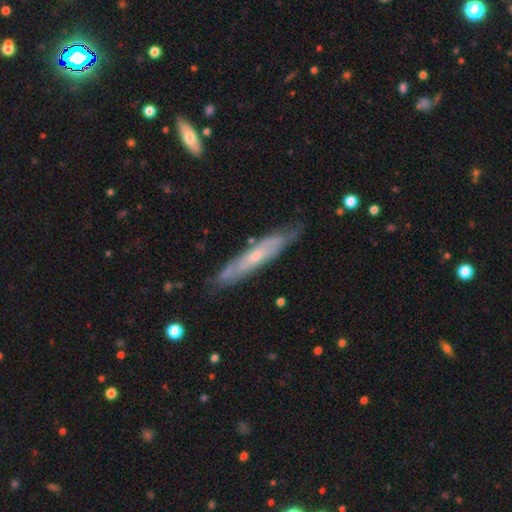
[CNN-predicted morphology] smooth_or_featured: featured or disk (p=0.62) [alt: smooth p=0.32]
disk_edge_on: yes (p=0.62) [alt: no p=0.38]
merging: none (p=0.72) [alt: minor disturbance p=0.21]